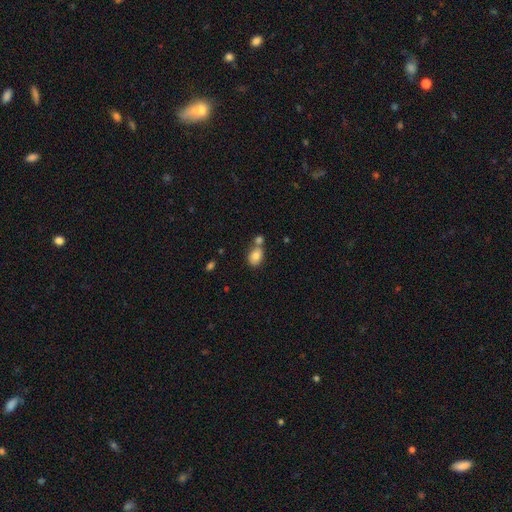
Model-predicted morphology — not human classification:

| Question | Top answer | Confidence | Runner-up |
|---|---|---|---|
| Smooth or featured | smooth | 79% | featured or disk (12%) |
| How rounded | in between | 62% | round (37%) |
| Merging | none | 48% | merger (37%) |